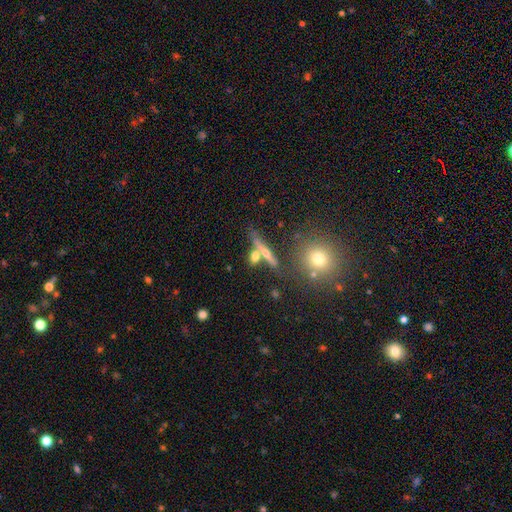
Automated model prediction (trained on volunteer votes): smooth 49%, featured or disk 38%, star or artifact 13%. Down the decision tree: merging — none (59%).